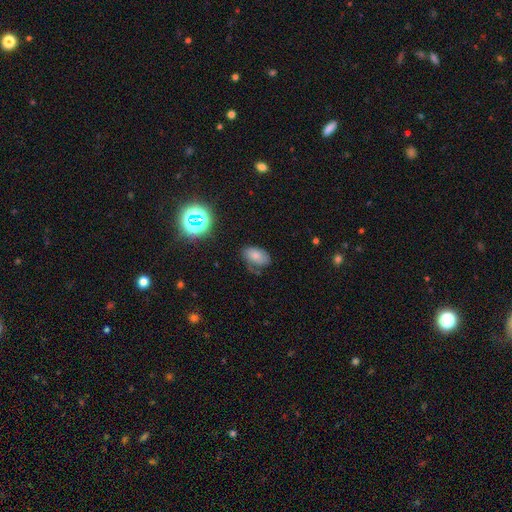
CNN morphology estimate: type=smooth (65%); roundness=in between (90%); merging=none (56%).